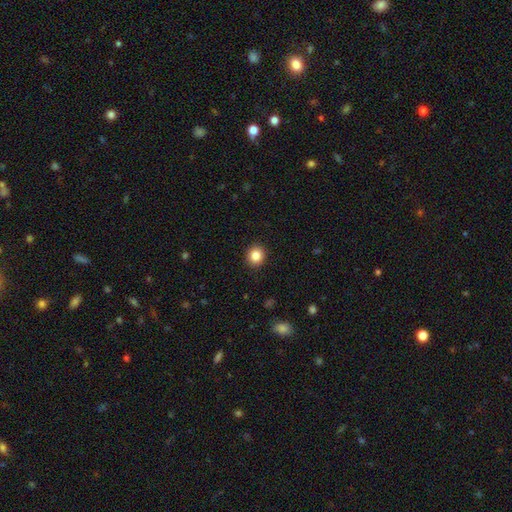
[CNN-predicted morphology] Smooth or featured: smooth — 85% (star or artifact — 10%)
How rounded: round — 85% (in between — 14%)
Merging: none — 92% (minor disturbance — 6%)